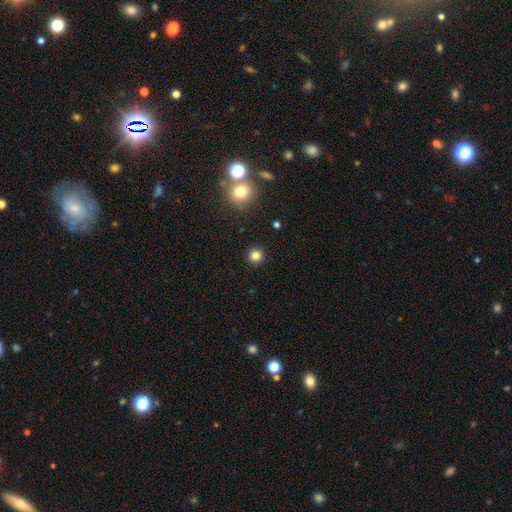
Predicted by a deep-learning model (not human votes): smooth_or_featured: smooth (p=0.81) [alt: star or artifact p=0.14]
how_rounded: round (p=0.95) [alt: in between p=0.04]
merging: none (p=0.93) [alt: minor disturbance p=0.04]